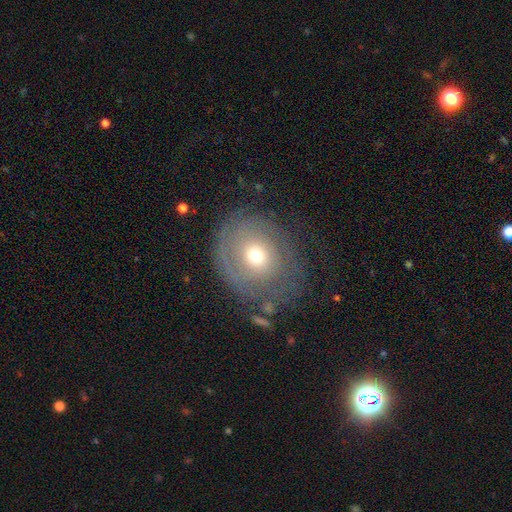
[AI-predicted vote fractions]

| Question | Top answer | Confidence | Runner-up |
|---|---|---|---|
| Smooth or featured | featured or disk | 46% | smooth (43%) |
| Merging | none | 67% | minor disturbance (18%) |